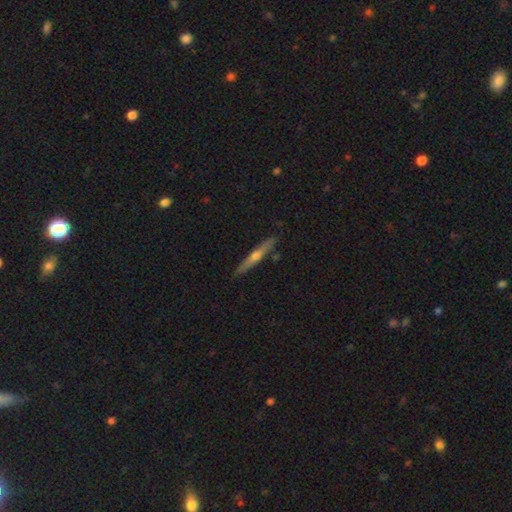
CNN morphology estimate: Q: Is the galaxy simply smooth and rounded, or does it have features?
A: featured or disk — 62%.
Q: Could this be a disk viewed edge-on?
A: yes — 96%.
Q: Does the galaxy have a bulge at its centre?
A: rounded — 82%.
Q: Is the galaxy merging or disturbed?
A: none — 88%.